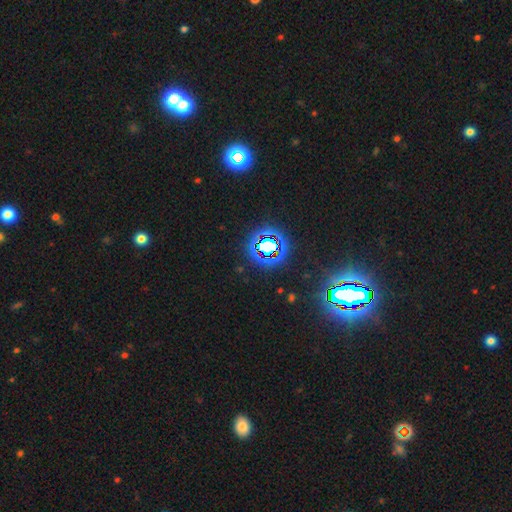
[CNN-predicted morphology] type=star or artifact (79%).